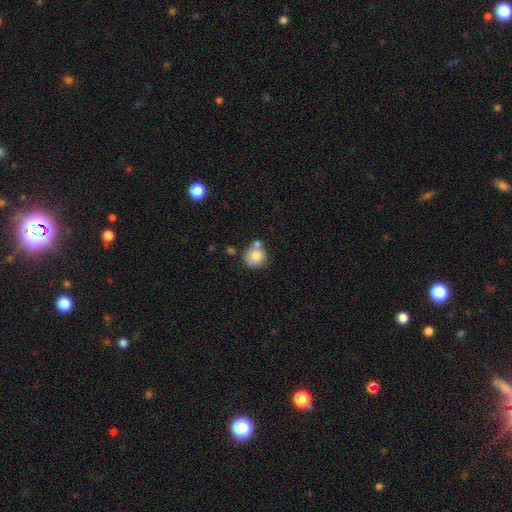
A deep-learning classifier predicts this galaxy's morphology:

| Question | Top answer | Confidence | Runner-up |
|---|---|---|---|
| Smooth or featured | smooth | 79% | featured or disk (12%) |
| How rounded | round | 88% | in between (11%) |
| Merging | none | 53% | merger (27%) |